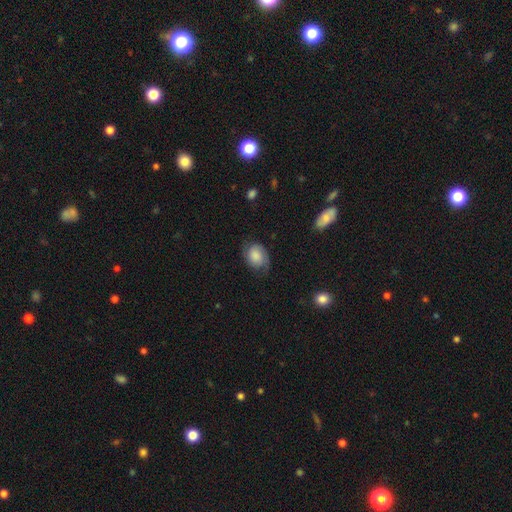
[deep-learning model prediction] The model was most divided on "smooth or featured": smooth: 55%, featured or disk: 36%, star or artifact: 9%. More confident: merging — none (61%); how rounded — in between (60%).